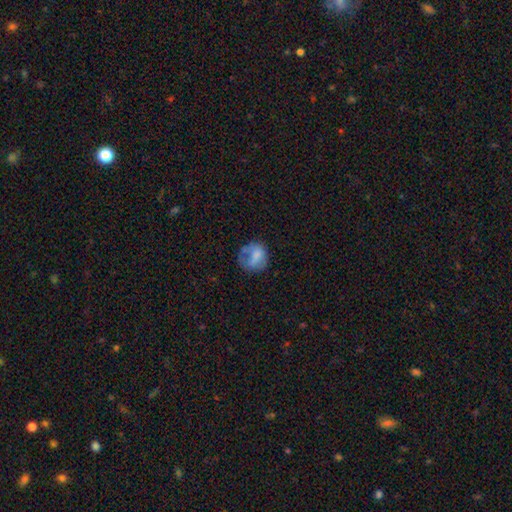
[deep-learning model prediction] Smooth or featured? smooth (66%)
How rounded? round (76%)
Merging? none (50%)